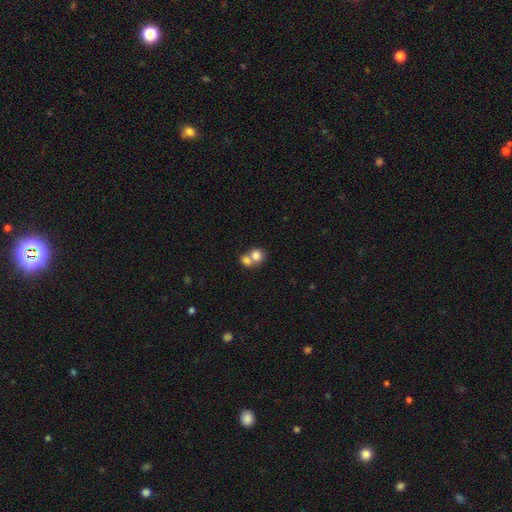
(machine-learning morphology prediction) This appears to be a smooth galaxy with no disk features (77%) that is round (69%). Merging: merger (65%).